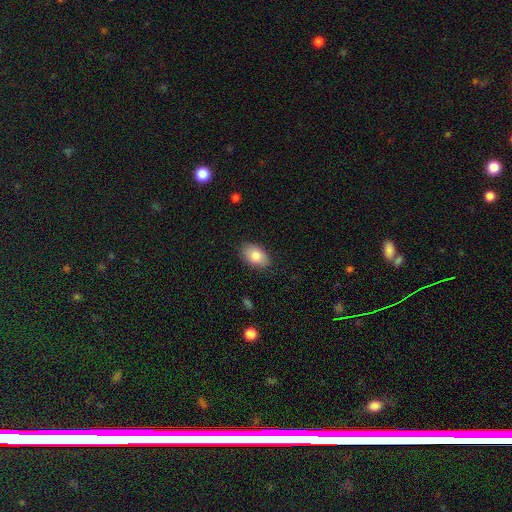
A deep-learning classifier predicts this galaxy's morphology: type=smooth (82%); roundness=in between (91%); merging=none (85%).